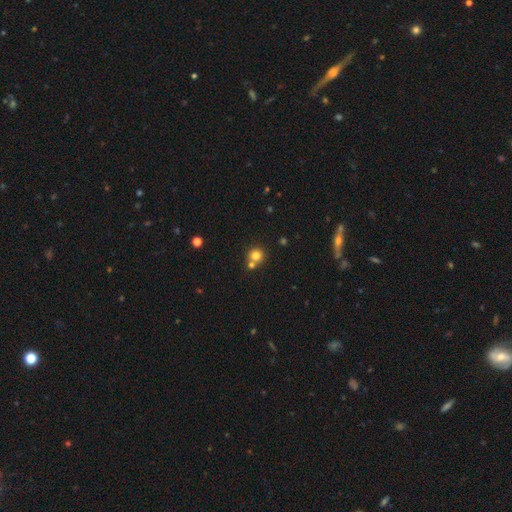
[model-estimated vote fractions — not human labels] Q: Smooth or featured?
A: smooth (78%); runner-up: star or artifact (13%)
Q: How rounded?
A: round (91%); runner-up: in between (8%)
Q: Merging?
A: none (59%); runner-up: merger (32%)